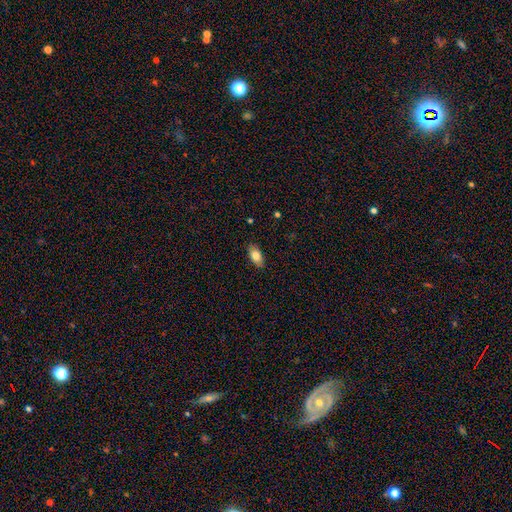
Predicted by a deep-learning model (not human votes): Q: Smooth or featured?
A: smooth (82%); runner-up: featured or disk (11%)
Q: How rounded?
A: in between (90%); runner-up: cigar-shaped (5%)
Q: Merging?
A: none (87%); runner-up: minor disturbance (10%)